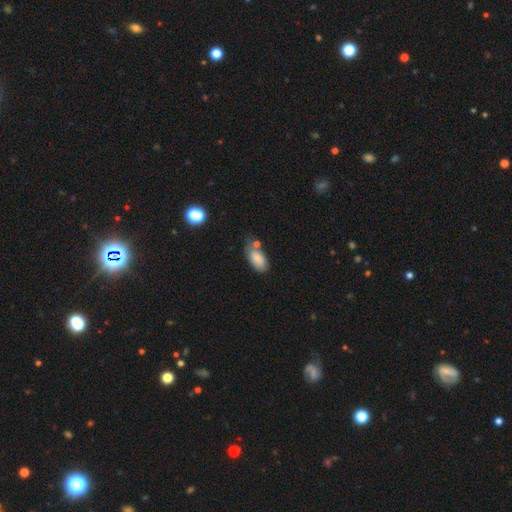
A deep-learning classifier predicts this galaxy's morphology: smooth_or_featured: smooth (p=0.79) [alt: featured or disk p=0.11]
how_rounded: in between (p=0.91) [alt: cigar-shaped p=0.05]
merging: none (p=0.53) [alt: minor disturbance p=0.25]